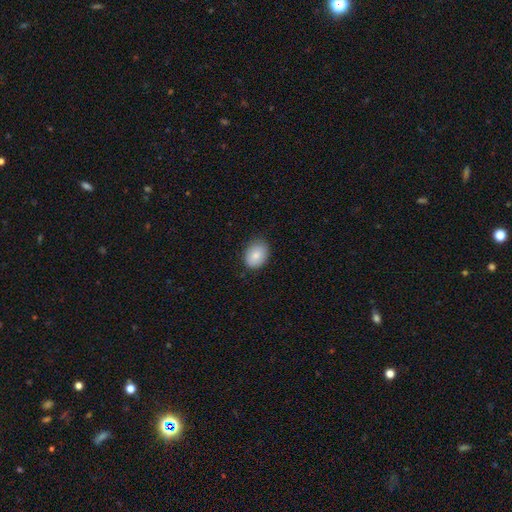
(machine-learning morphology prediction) smooth 83%, featured or disk 10%, star or artifact 7%. Down the decision tree: how rounded — in between (69%); merging — none (81%).